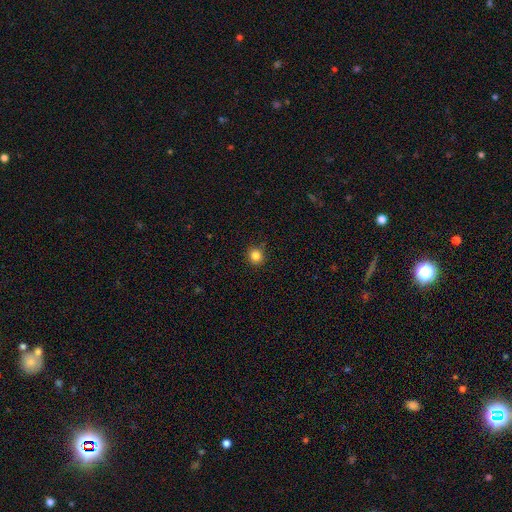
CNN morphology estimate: smooth 84%, star or artifact 12%, featured or disk 4%. Down the decision tree: how rounded — round (93%); merging — none (90%).